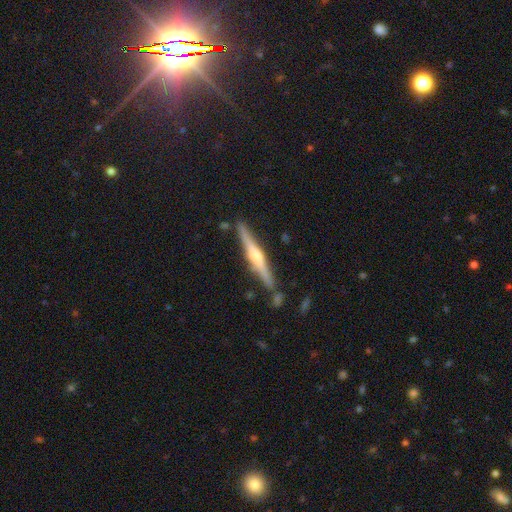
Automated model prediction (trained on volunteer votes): This is likely a featured or disk galaxy (76%). It is clearly viewed edge-on (98%). Edge-on bulge: clearly rounded (84%). Merging: clearly none (85%).